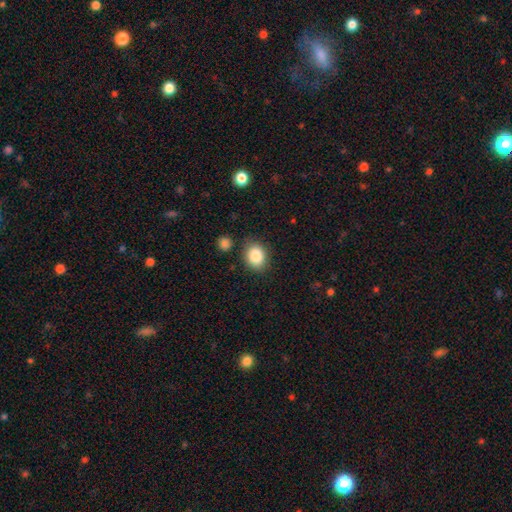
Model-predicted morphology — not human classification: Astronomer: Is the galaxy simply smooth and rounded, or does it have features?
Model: smooth — 87%.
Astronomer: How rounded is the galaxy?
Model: in between — 54% (runner-up: round, 45%).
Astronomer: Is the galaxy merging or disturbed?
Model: none — 82%.